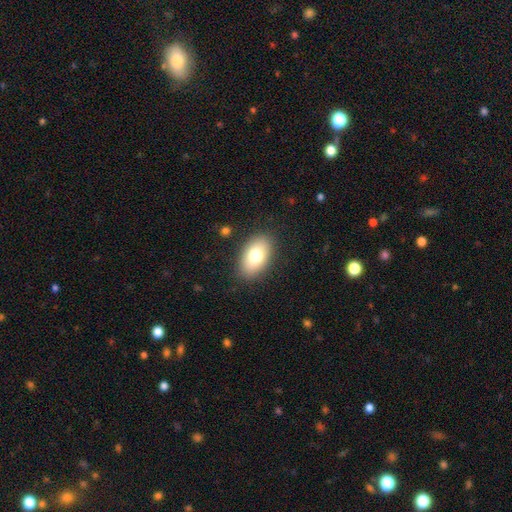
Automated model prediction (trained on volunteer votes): This is likely a smooth galaxy (76%). How rounded: clearly in between (91%). Merging: clearly none (86%).